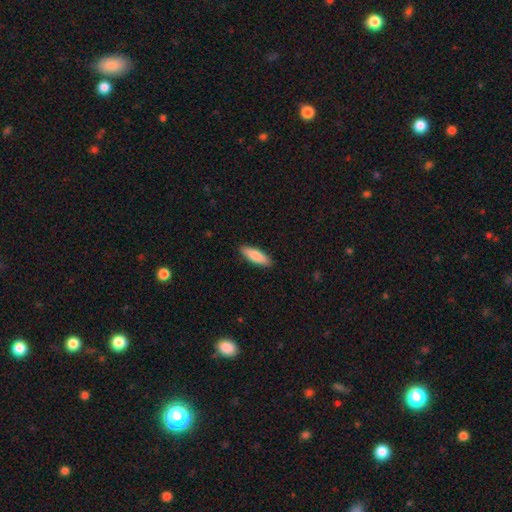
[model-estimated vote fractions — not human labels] A smooth galaxy with no disk features (85%) that is cigar-shaped (51%).

Vote fractions:
- Smooth or featured? smooth: 85% / featured or disk: 10% / star or artifact: 5%
- How rounded? cigar-shaped: 51% / in between: 47% / round: 2%
- Merging? none: 90% / minor disturbance: 7% / major disturbance: 2% / merger: 1%